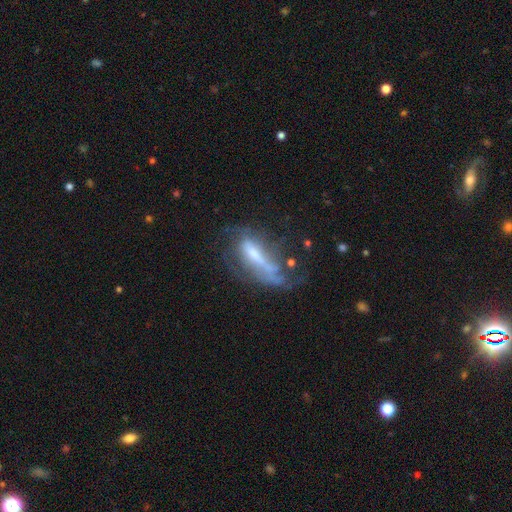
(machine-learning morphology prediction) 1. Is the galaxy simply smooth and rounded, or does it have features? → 63% featured or disk, 27% smooth, 10% star or artifact.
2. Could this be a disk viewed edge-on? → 74% no, 26% yes.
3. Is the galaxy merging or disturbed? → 37% major disturbance, 34% none, 23% minor disturbance, 7% merger.